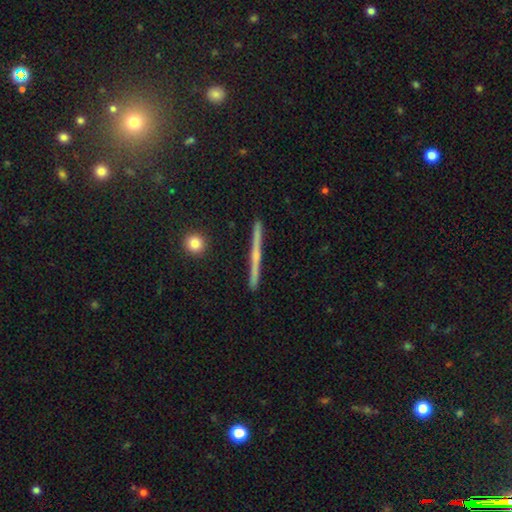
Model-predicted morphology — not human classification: Overall: featured or disk (63%; smooth 29%). Edge-on disk: yes (98%). Edge-on bulge: none (58%; rounded 36%). Merging: none (92%).